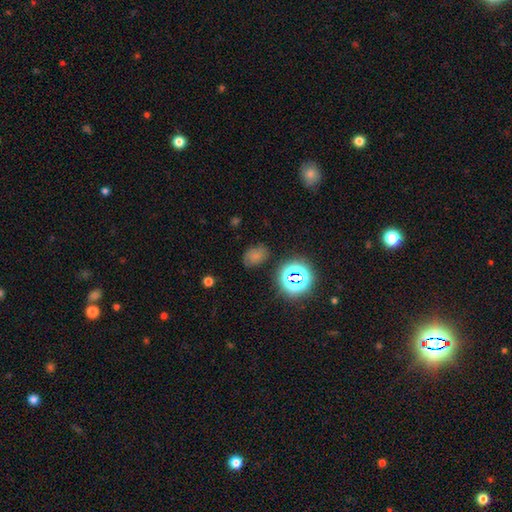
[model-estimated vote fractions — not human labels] This appears to be a smooth galaxy with no disk features (58%) that is in between round and cigar-shaped (68%). Merging: none (69%).